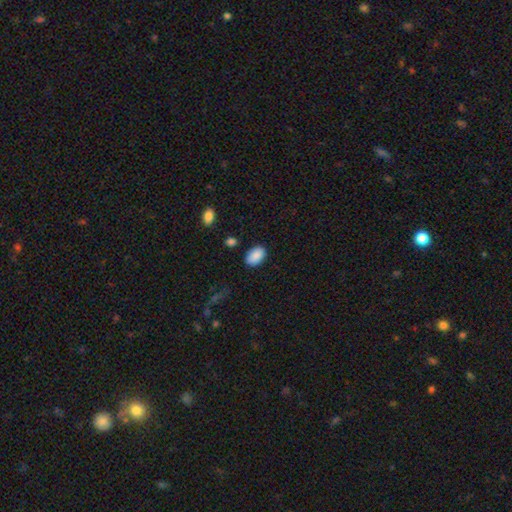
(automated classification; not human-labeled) Smooth or featured? Predicted: smooth (p=0.89). How rounded? Predicted: in between (p=0.90). Merging? Predicted: none (p=0.85).